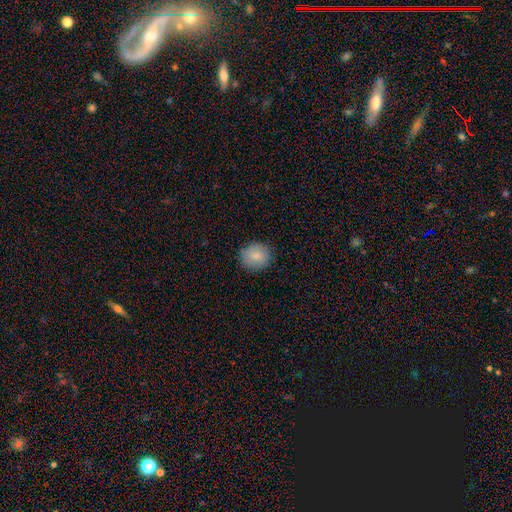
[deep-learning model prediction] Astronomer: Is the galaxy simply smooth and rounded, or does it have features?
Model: smooth — 84%.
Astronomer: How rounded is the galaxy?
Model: round — 76%.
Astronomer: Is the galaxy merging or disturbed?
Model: none — 86%.